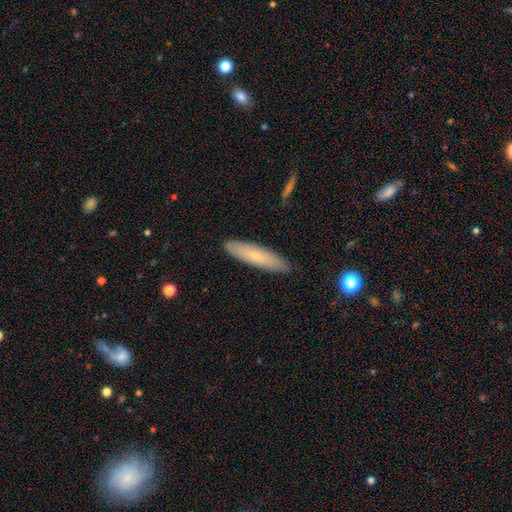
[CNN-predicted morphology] A smooth galaxy with no disk features (64%) that is cigar-shaped (78%).

Vote fractions:
- Smooth or featured? smooth: 64% / featured or disk: 30% / star or artifact: 6%
- How rounded? cigar-shaped: 78% / in between: 20% / round: 2%
- Merging? none: 88% / minor disturbance: 9% / major disturbance: 2% / merger: 1%